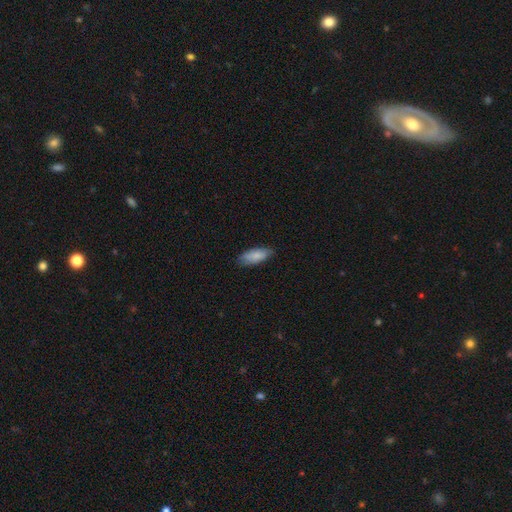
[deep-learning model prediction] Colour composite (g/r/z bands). It shows a smooth galaxy with no disk features (81%) that is in between round and cigar-shaped (75%). Merging: none (80%).